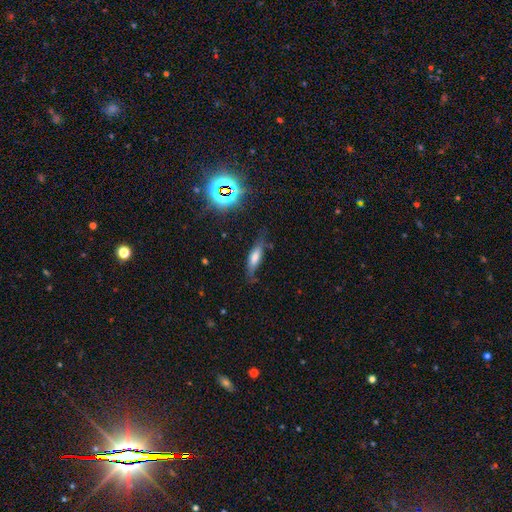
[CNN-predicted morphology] Q: Smooth or featured?
A: smooth (50%); runner-up: featured or disk (31%)
Q: Merging?
A: none (64%); runner-up: minor disturbance (24%)